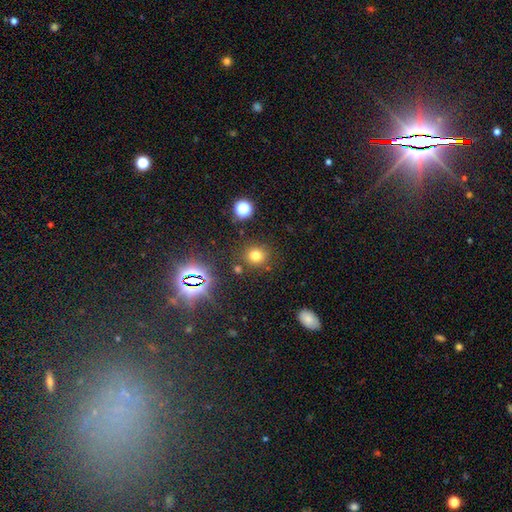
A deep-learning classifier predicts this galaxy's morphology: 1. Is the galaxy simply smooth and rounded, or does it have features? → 69% smooth, 23% star or artifact, 8% featured or disk.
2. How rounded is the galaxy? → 86% round, 13% in between, 1% cigar-shaped.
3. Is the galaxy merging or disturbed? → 83% none, 9% minor disturbance, 5% merger, 4% major disturbance.